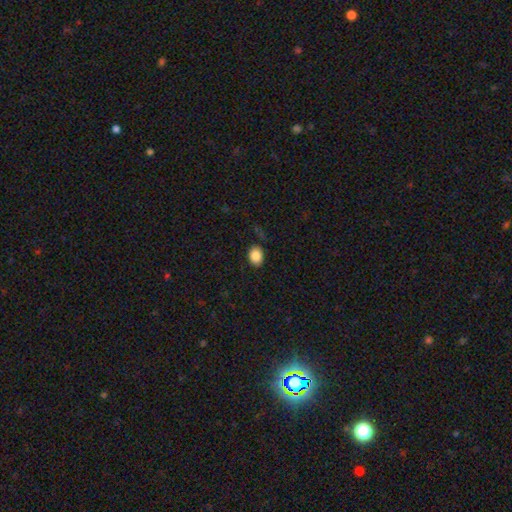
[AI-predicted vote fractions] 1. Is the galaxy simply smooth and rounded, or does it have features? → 86% smooth, 9% star or artifact, 5% featured or disk.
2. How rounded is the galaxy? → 59% in between, 40% round, 1% cigar-shaped.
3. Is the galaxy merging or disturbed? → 84% none, 11% minor disturbance, 3% major disturbance, 1% merger.